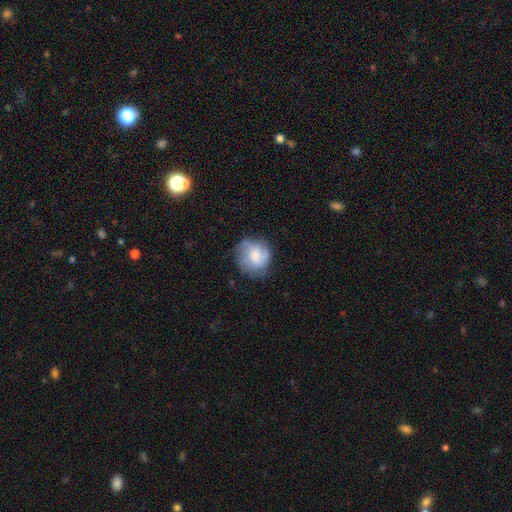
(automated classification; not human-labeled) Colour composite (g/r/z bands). It shows a smooth galaxy with no disk features (59%) that is round (82%). Merging: none (63%).